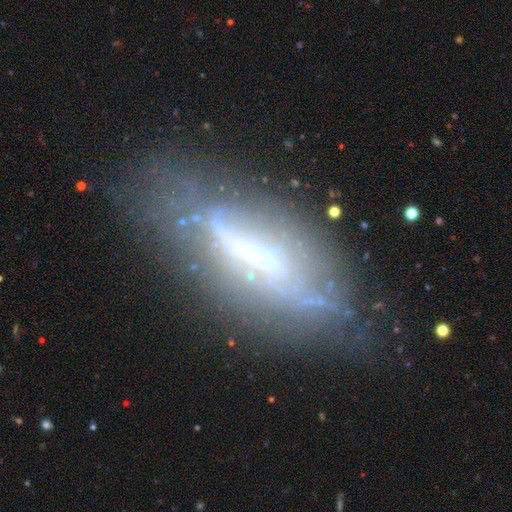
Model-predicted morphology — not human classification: smooth-or-featured: featured or disk: 70% | smooth: 18% | star or artifact: 11%
  disk-edge-on: no: 55% | yes: 45%
  merging: none: 55% | minor disturbance: 23% | major disturbance: 19% | merger: 3%